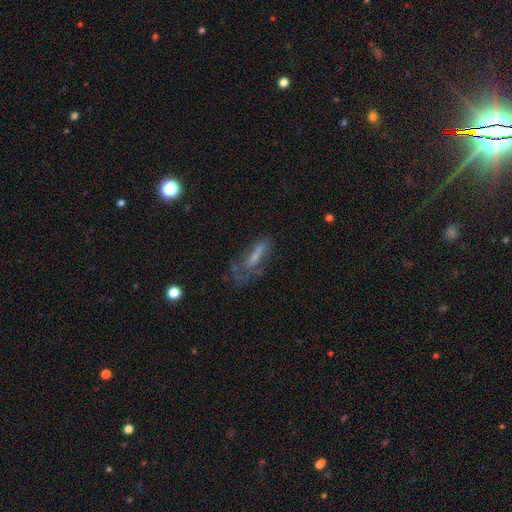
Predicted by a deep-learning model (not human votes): smooth_or_featured: featured or disk (p=0.44) [alt: smooth p=0.42]
merging: none (p=0.39) [alt: major disturbance p=0.34]